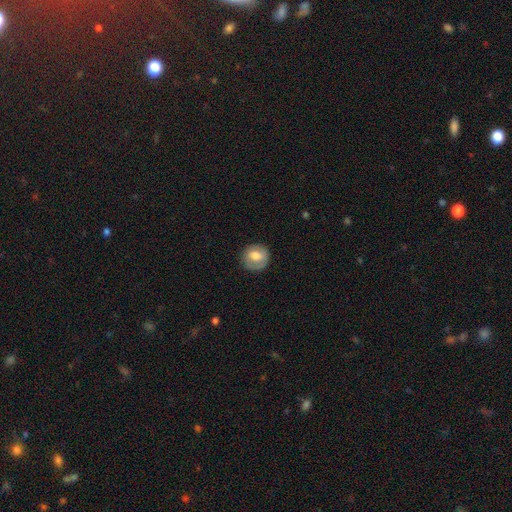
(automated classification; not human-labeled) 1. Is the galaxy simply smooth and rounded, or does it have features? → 64% smooth, 29% featured or disk, 7% star or artifact.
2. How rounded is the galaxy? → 84% round, 15% in between, 1% cigar-shaped.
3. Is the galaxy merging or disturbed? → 78% none, 15% minor disturbance, 5% major disturbance, 1% merger.